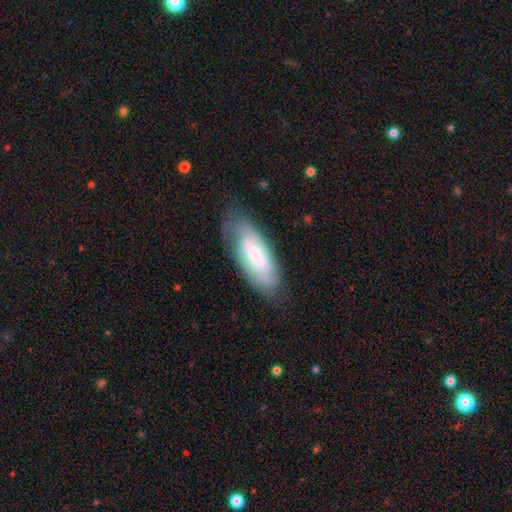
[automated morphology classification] type=featured or disk (52%); edge-on=no (85%); merging=none (67%).